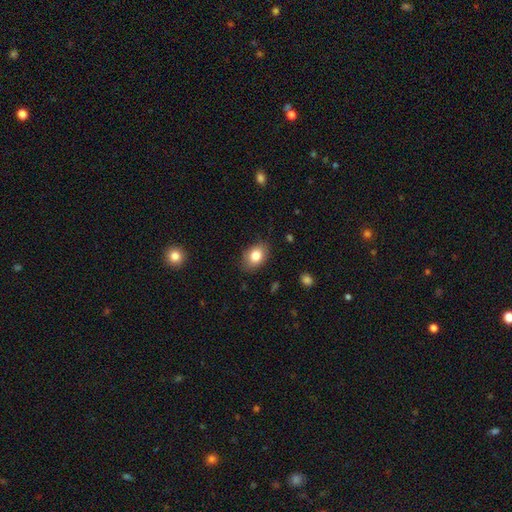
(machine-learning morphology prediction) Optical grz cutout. It shows a smooth galaxy with no disk features (83%) that is in between round and cigar-shaped (78%). Merging: none (82%).